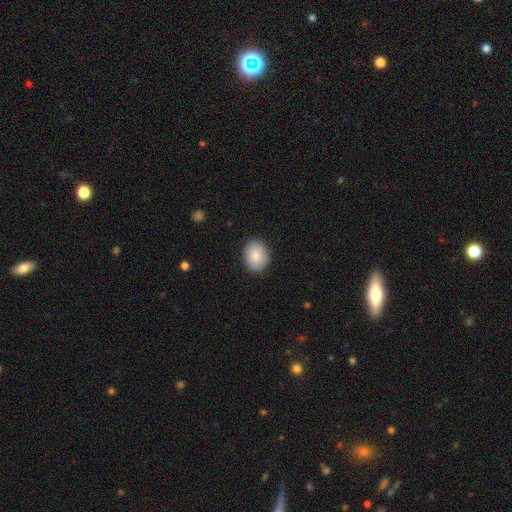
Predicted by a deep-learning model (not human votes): Smooth or featured? smooth (85%)
How rounded? in between (55%)
Merging? none (88%)